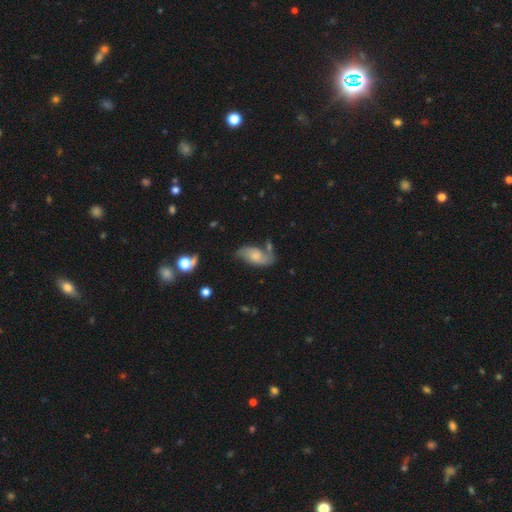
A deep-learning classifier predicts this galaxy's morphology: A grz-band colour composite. It shows a featured or disk galaxy (62%) with no bar (65%), 2 (81%) loose (51%) spiral arms (88%) and a moderate central bulge (38%). Merging: none (49%).